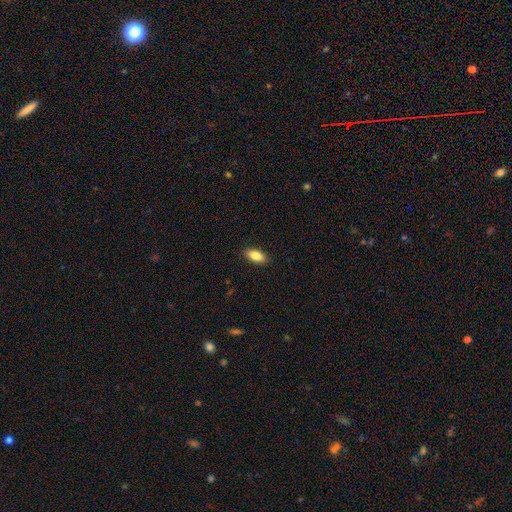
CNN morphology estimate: This appears to be a smooth galaxy with no disk features (87%) that is in between round and cigar-shaped (87%). Merging: none (89%).